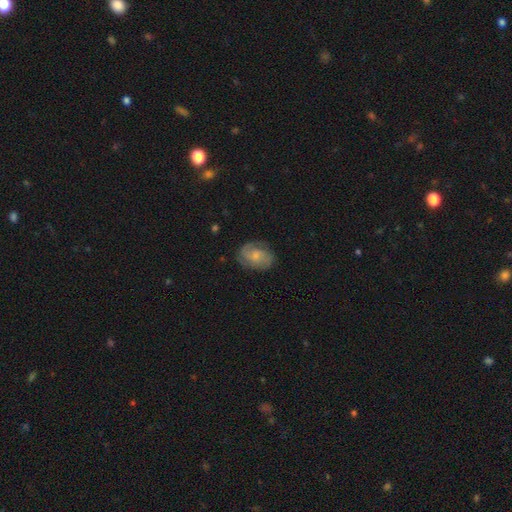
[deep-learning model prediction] smooth-or-featured: featured or disk: 56% | smooth: 37% | star or artifact: 7%
  disk-edge-on: no: 97% | yes: 3%
    bar: no: 67% | weak: 29% | strong: 4%
    has-spiral-arms: yes: 87% | no: 13%
    bulge-size: small: 55% | moderate: 35% | none: 6% | large: 3% | dominant: 1%
  merging: none: 72% | minor disturbance: 20% | major disturbance: 7% | merger: 1%